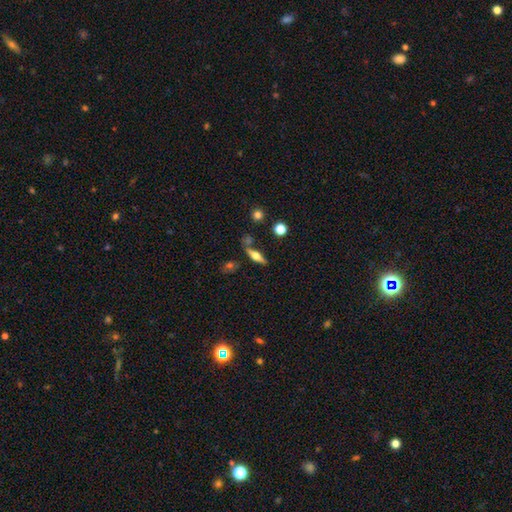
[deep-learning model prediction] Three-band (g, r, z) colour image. It shows a featured or disk galaxy (58%) viewed edge-on (93%) with a rounded central bulge (94%). Merging: none (72%).